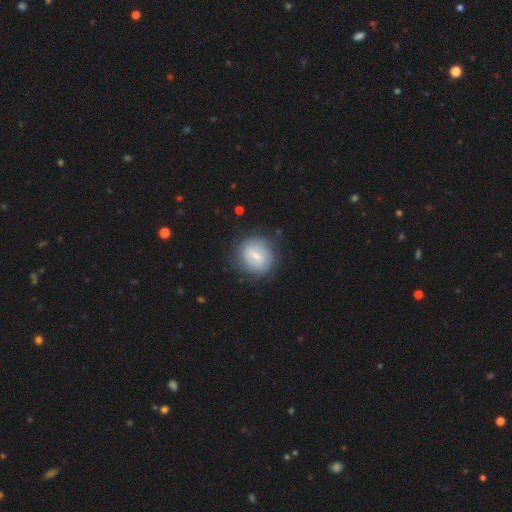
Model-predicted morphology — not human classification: smooth_or_featured: featured or disk (p=0.51) [alt: smooth p=0.41]
disk_edge_on: no (p=0.96) [alt: yes p=0.04]
merging: none (p=0.75) [alt: minor disturbance p=0.16]